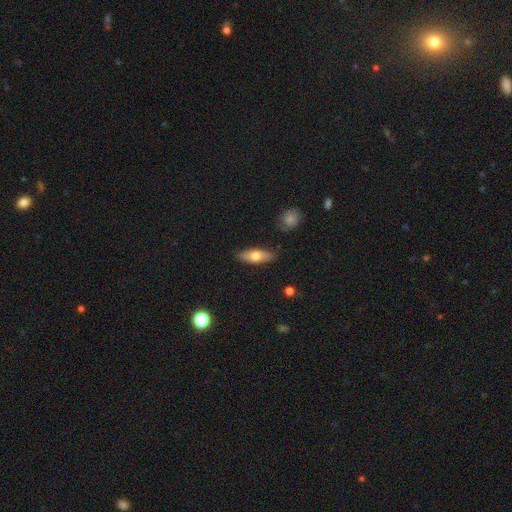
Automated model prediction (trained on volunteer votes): Overall: smooth (63%; featured or disk 31%). How rounded: in between (63%; cigar-shaped 33%). Merging: none (84%).